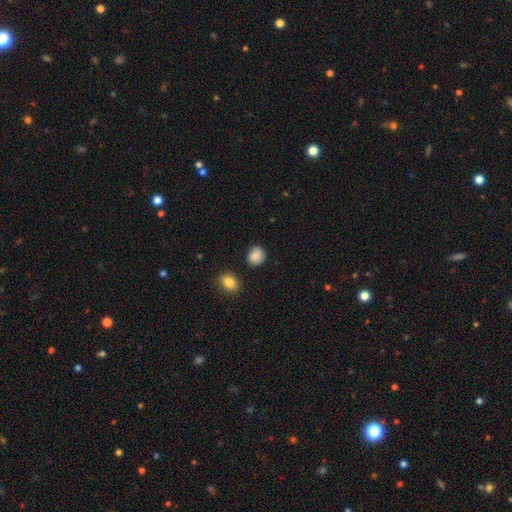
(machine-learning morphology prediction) A smooth galaxy with no disk features (85%) that is round (69%). Merging: none (78%).